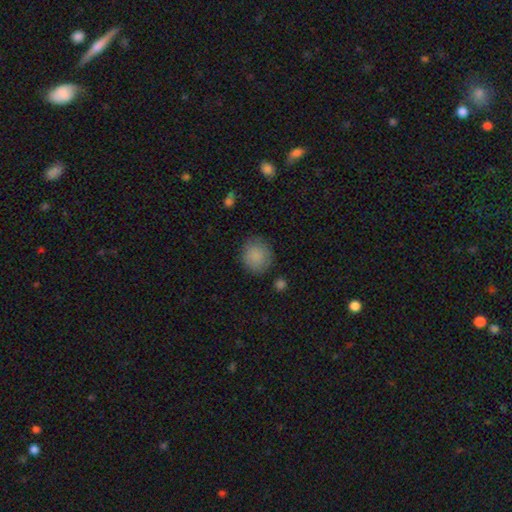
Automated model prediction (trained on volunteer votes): smooth-or-featured: smooth: 86% | star or artifact: 8% | featured or disk: 5%
  how-rounded: round: 86% | in between: 13% | cigar-shaped: 1%
  merging: none: 82% | minor disturbance: 12% | major disturbance: 4% | merger: 2%